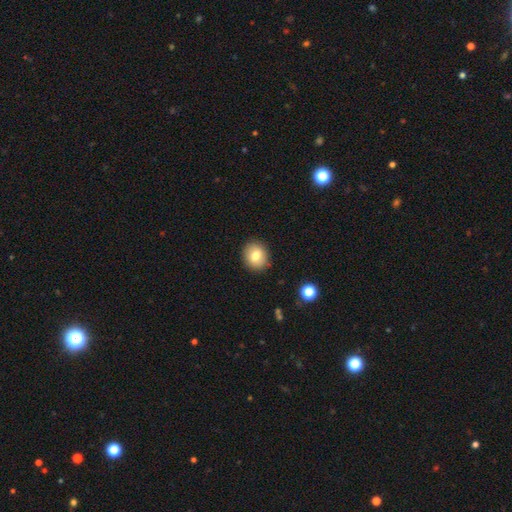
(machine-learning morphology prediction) A smooth galaxy with no disk features (78%) that is round (72%).

Vote fractions:
- Smooth or featured? smooth: 78% / featured or disk: 12% / star or artifact: 10%
- How rounded? round: 72% / in between: 27% / cigar-shaped: 1%
- Merging? none: 88% / minor disturbance: 9% / major disturbance: 2% / merger: 1%